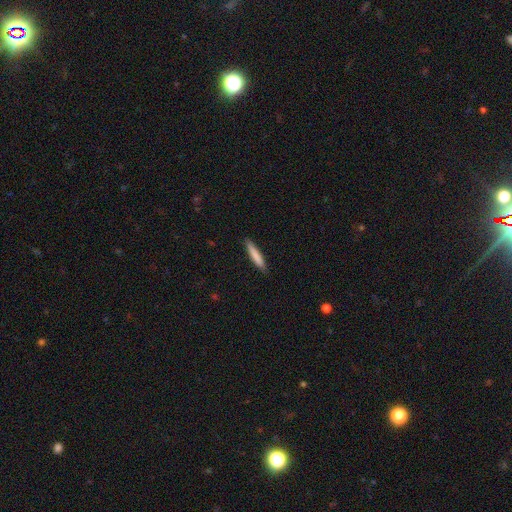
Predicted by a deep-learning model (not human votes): Smooth or featured? Predicted: smooth (p=0.81). How rounded? Predicted: cigar-shaped (p=0.91). Merging? Predicted: none (p=0.89).